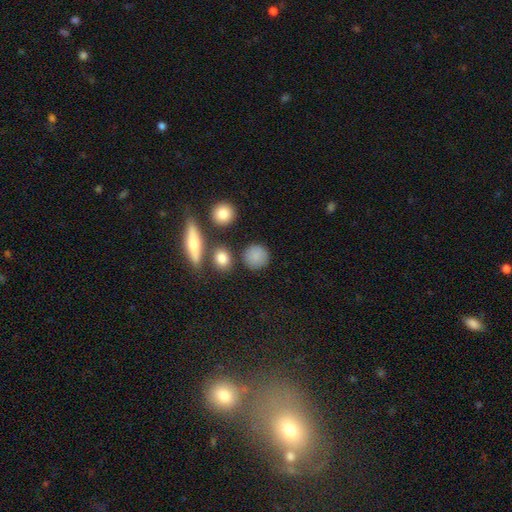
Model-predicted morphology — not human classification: Overall: smooth (83%). How rounded: round (88%). Merging: none (83%).